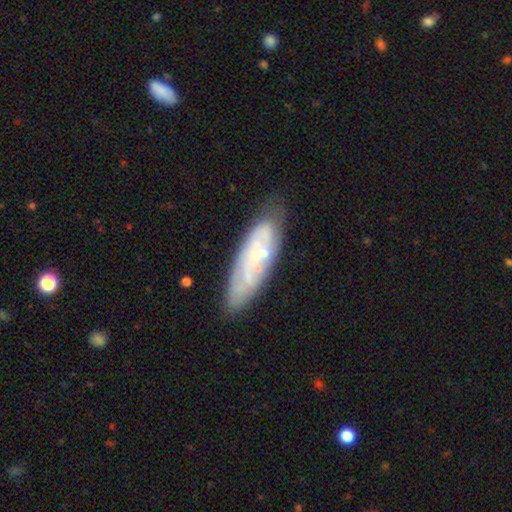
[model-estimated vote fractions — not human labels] Morphology: type=featured or disk (58%); edge-on=no (80%); merging=none (70%).